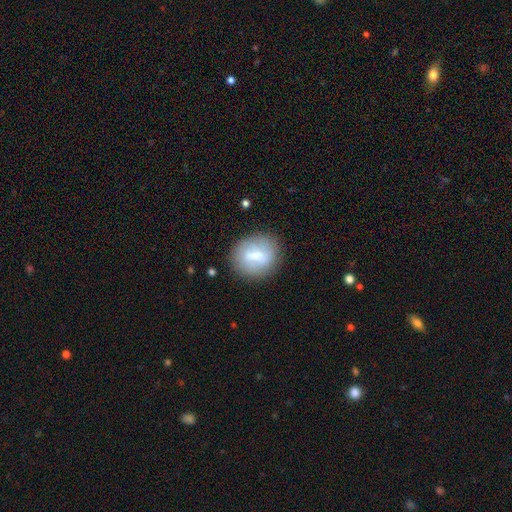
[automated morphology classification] Overall: smooth (63%; featured or disk 29%). How rounded: round (70%). Merging: none (78%).